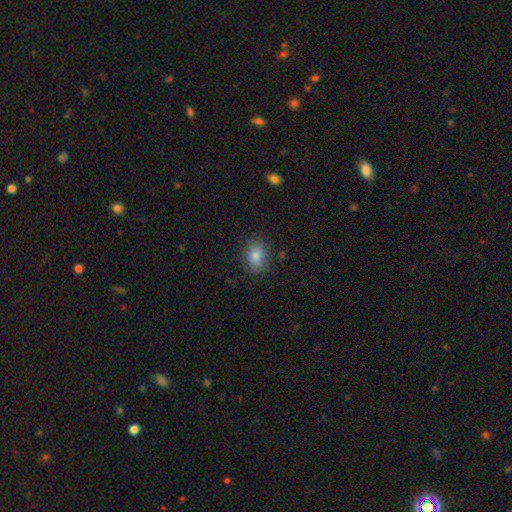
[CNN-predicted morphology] The model was most divided on "how rounded": in between: 70%, round: 29%, cigar-shaped: 1%. More confident: smooth or featured — smooth (83%); merging — none (83%).